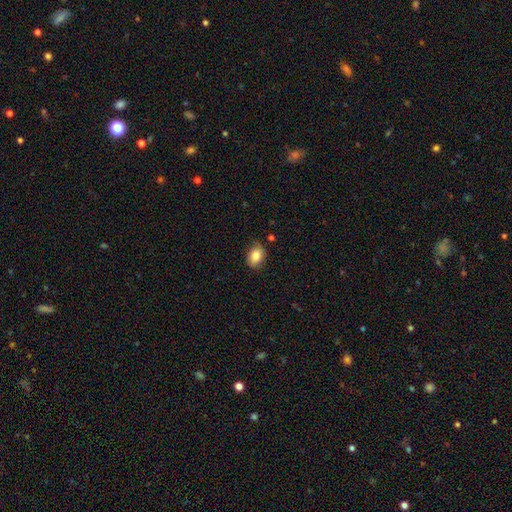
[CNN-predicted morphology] Smooth or featured?
  - smooth: 83% *
  - featured or disk: 9%
  - star or artifact: 8%
How rounded?
  - in between: 72% *
  - round: 26%
  - cigar-shaped: 1%
Merging?
  - none: 80% *
  - minor disturbance: 16%
  - major disturbance: 3%
  - merger: 1%